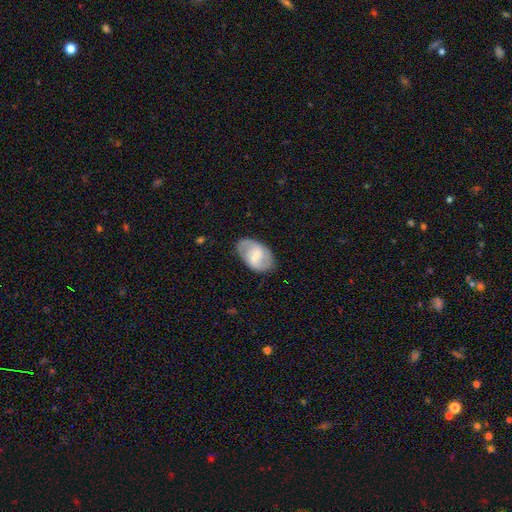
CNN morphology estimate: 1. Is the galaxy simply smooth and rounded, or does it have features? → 61% featured or disk, 33% smooth, 6% star or artifact.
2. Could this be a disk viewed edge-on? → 96% no, 4% yes.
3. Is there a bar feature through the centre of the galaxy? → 51% weak, 34% strong, 15% no.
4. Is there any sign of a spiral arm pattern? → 77% yes, 23% no.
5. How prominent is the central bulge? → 53% small, 31% moderate, 11% none, 4% large, 1% dominant.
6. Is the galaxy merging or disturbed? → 79% none, 15% minor disturbance, 5% major disturbance, 1% merger.